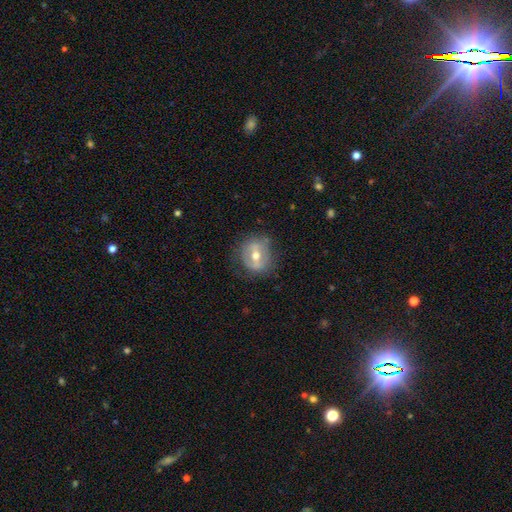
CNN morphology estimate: A featured or disk galaxy (57%) with a strong bar (40%), no spiral arms (72%) and a moderate central bulge (76%).

Vote fractions:
- Smooth or featured? featured or disk: 57% / smooth: 35% / star or artifact: 8%
- Edge-on disk? no: 93% / yes: 7%
- Bar? strong: 40% / weak: 38% / no: 22%
- Spiral arms? no: 72% / yes: 28%
- Bulge size? moderate: 76% / small: 17% / large: 5% / none: 1% / dominant: 1%
- Merging? none: 76% / minor disturbance: 17% / major disturbance: 7% / merger: 1%